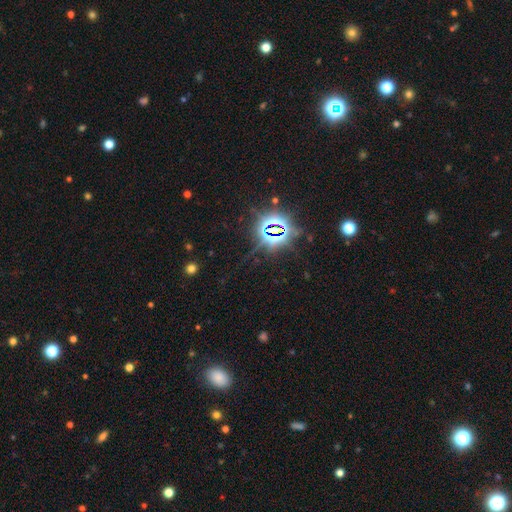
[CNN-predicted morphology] star or artifact 79%, smooth 13%, featured or disk 8%.